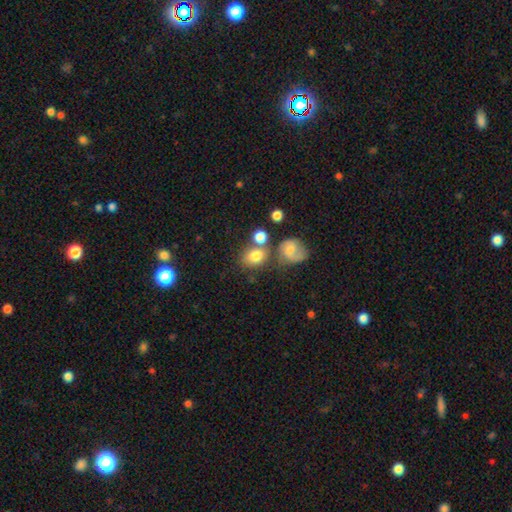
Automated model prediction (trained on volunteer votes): smooth 76%, featured or disk 14%, star or artifact 10%. Down the decision tree: how rounded — round (52%); merging — none (52%).